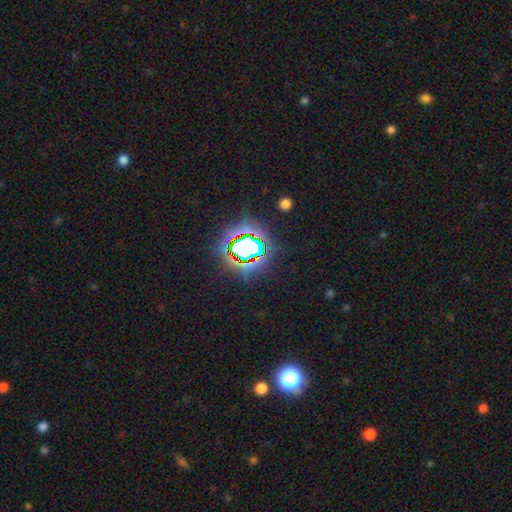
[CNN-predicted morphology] star or artifact 83%, smooth 11%, featured or disk 7%.